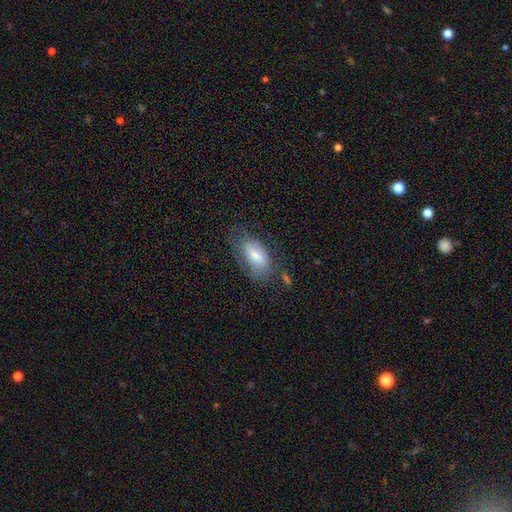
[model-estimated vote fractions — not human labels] Smooth or featured? smooth (67%)
How rounded? in between (92%)
Merging? none (57%)